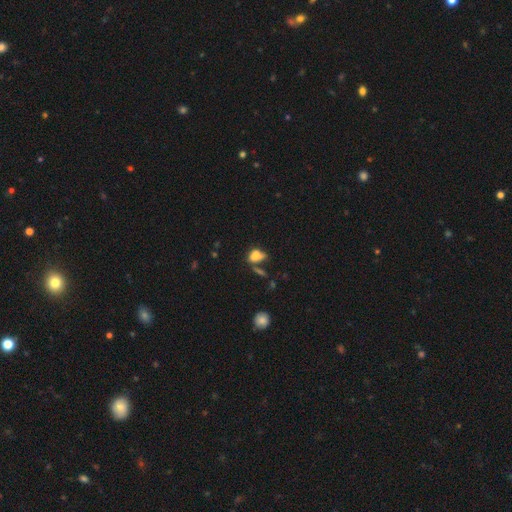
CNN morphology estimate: This is likely a smooth galaxy (70%). How rounded: likely in between (74%). Merging: marginally merger (36%).